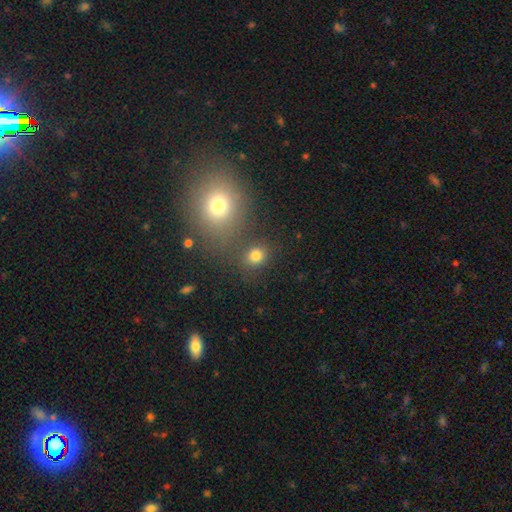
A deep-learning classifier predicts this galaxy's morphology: The model was most divided on "how rounded": round: 73%, in between: 26%, cigar-shaped: 1%. More confident: smooth or featured — smooth (78%); merging — none (74%).